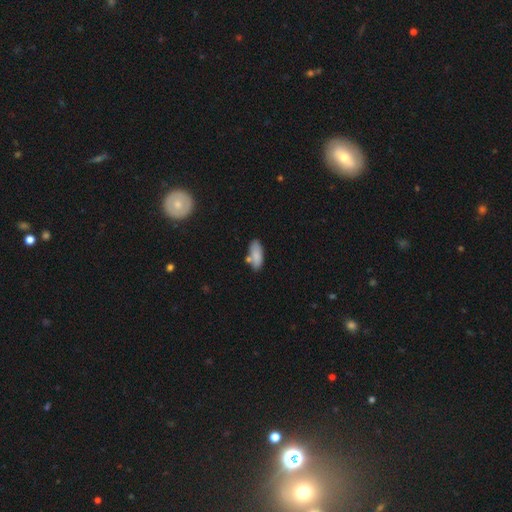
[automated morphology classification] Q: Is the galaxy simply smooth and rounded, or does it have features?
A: smooth — 84%.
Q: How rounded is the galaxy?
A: in between — 82%.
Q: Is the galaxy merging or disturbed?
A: none — 68%.